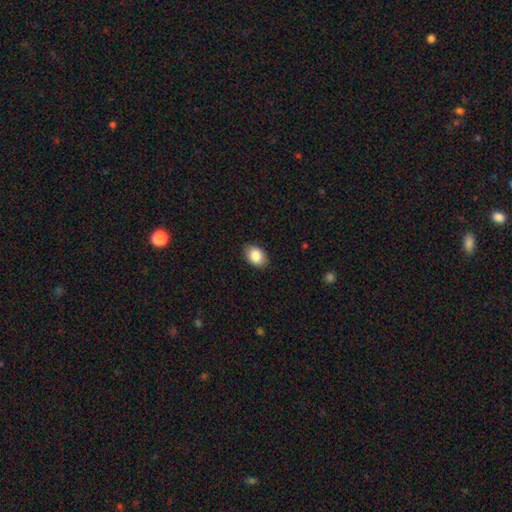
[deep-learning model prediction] Q: Smooth or featured?
A: smooth (87%); runner-up: star or artifact (7%)
Q: How rounded?
A: in between (82%); runner-up: round (17%)
Q: Merging?
A: none (88%); runner-up: minor disturbance (9%)